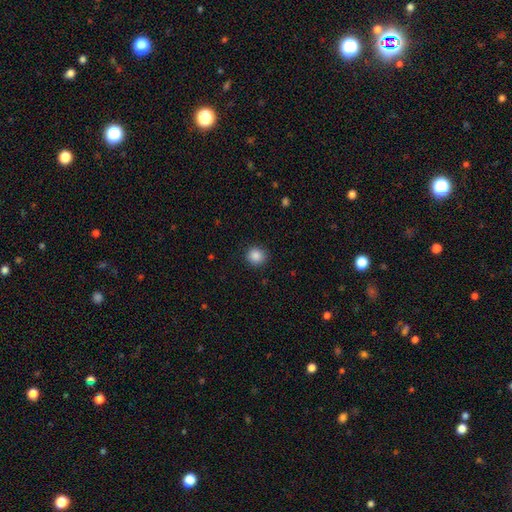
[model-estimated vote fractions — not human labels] Smooth or featured?
  - smooth: 87% *
  - star or artifact: 10%
  - featured or disk: 3%
How rounded?
  - round: 89% *
  - in between: 10%
  - cigar-shaped: 1%
Merging?
  - none: 90% *
  - minor disturbance: 7%
  - major disturbance: 2%
  - merger: 1%